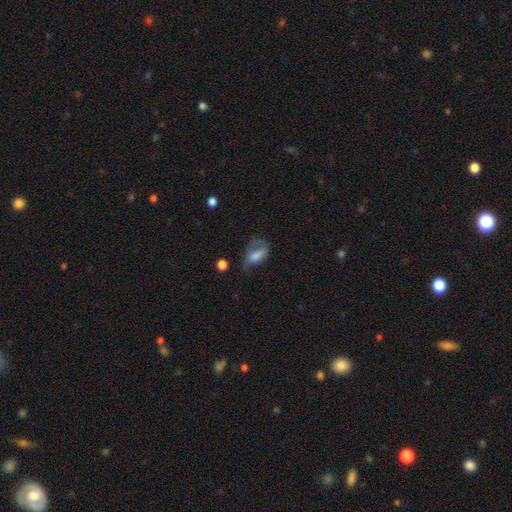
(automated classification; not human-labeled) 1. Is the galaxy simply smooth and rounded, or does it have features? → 65% smooth, 25% featured or disk, 10% star or artifact.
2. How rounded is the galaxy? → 83% in between, 11% round, 6% cigar-shaped.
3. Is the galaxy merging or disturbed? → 37% major disturbance, 30% none, 30% minor disturbance, 3% merger.